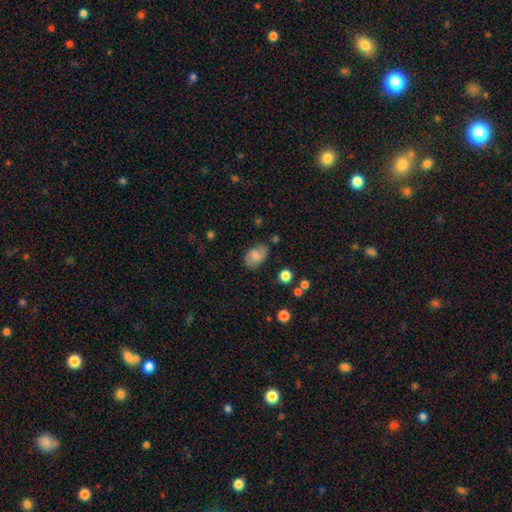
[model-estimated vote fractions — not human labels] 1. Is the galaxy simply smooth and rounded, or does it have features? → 64% smooth, 28% featured or disk, 9% star or artifact.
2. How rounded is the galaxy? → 86% in between, 13% round, 1% cigar-shaped.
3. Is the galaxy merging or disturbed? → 69% none, 23% minor disturbance, 6% major disturbance, 3% merger.